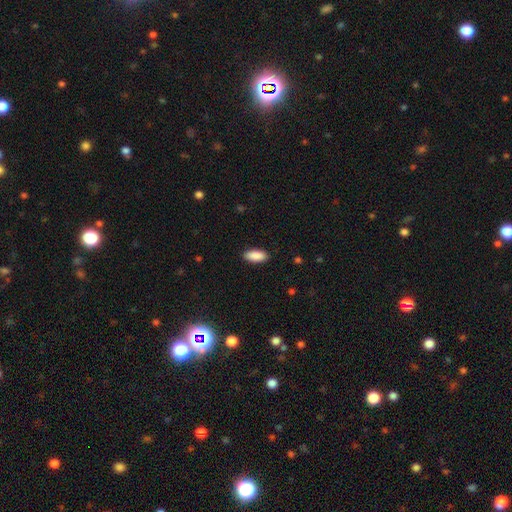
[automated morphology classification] Q: Smooth or featured?
A: smooth (90%); runner-up: star or artifact (6%)
Q: How rounded?
A: in between (86%); runner-up: cigar-shaped (12%)
Q: Merging?
A: none (90%); runner-up: minor disturbance (8%)